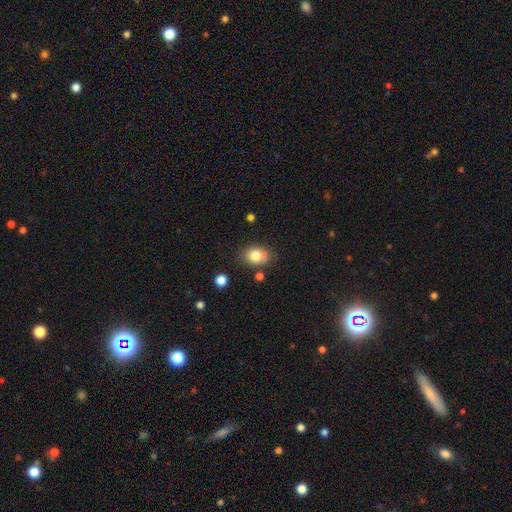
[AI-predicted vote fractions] Overall: smooth (80%). How rounded: in between (55%; round 44%). Merging: none (65%).